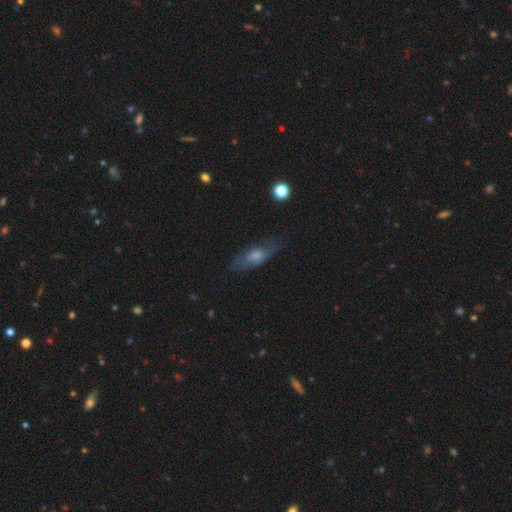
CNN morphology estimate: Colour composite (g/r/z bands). It shows a smooth galaxy with no disk features (53%) that is in between round and cigar-shaped (58%). Merging: none (71%).